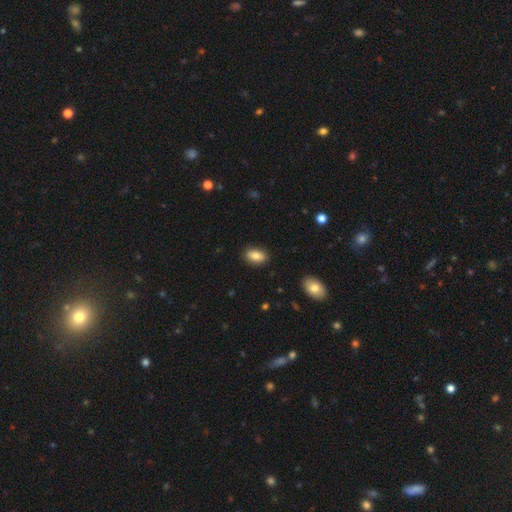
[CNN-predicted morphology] The model was most divided on "smooth or featured": smooth: 84%, featured or disk: 8%, star or artifact: 8%. More confident: how rounded — in between (90%); merging — none (87%).